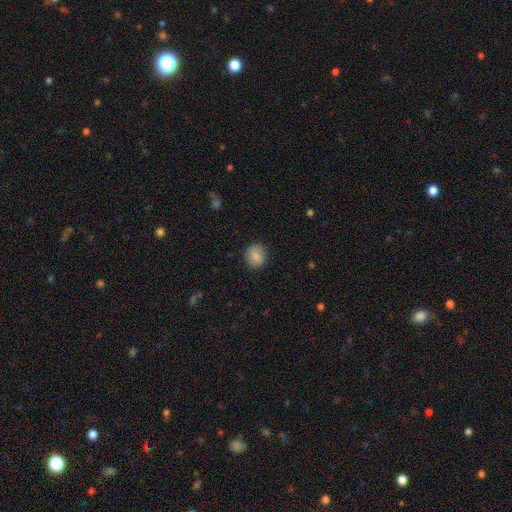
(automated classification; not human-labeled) Q: Smooth or featured?
A: smooth (86%); runner-up: star or artifact (8%)
Q: How rounded?
A: round (77%); runner-up: in between (22%)
Q: Merging?
A: none (88%); runner-up: minor disturbance (8%)